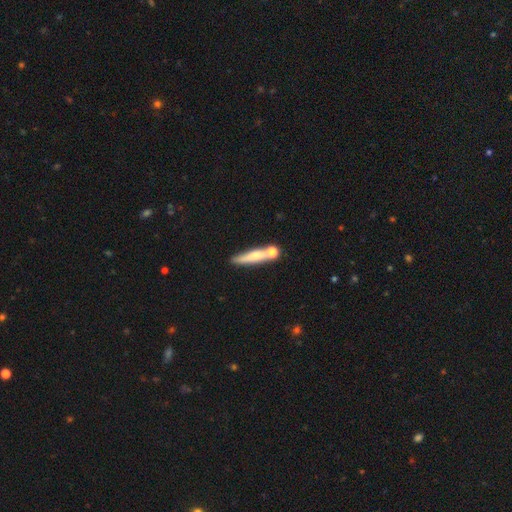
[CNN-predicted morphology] type=smooth (60%); roundness=cigar-shaped (79%); merging=none (56%).